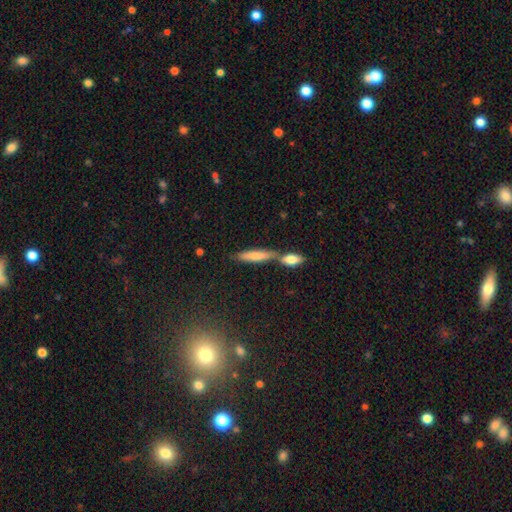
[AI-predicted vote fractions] Smooth or featured?
  - smooth: 73% *
  - featured or disk: 19%
  - star or artifact: 8%
How rounded?
  - cigar-shaped: 69% *
  - in between: 28%
  - round: 3%
Merging?
  - none: 44% *
  - merger: 42%
  - minor disturbance: 10%
  - major disturbance: 4%